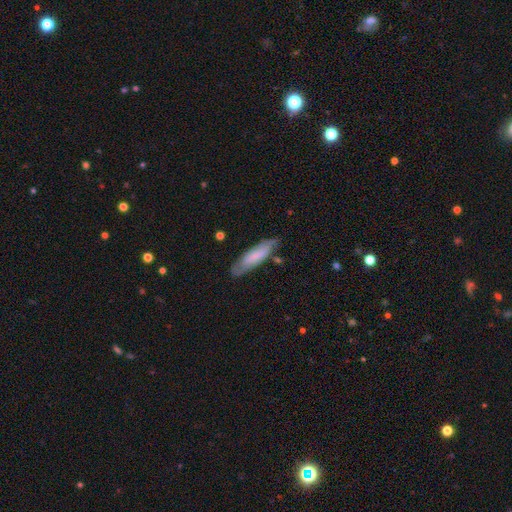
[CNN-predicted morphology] Smooth or featured? smooth (63%)
How rounded? cigar-shaped (64%)
Merging? none (76%)